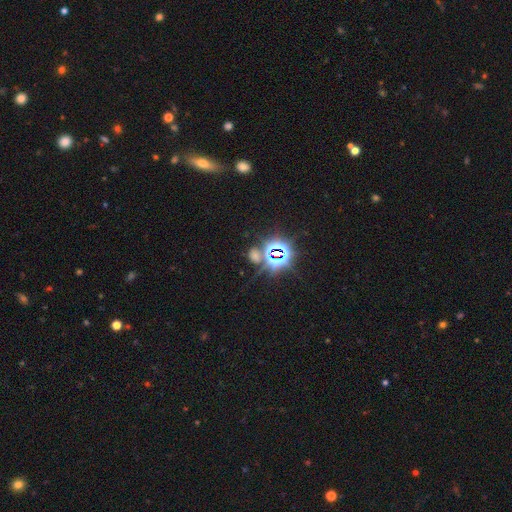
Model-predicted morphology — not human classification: A star or artifact, not a galaxy (74%).